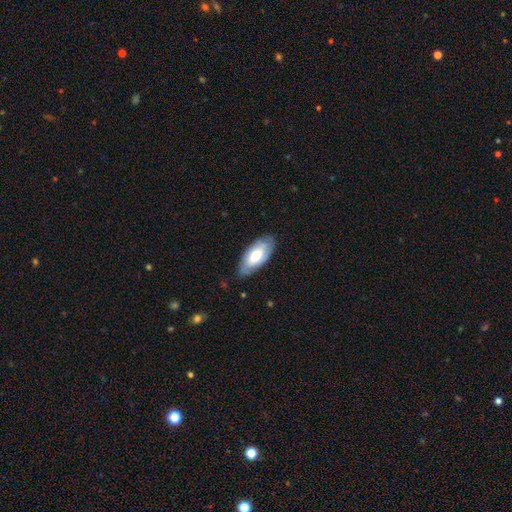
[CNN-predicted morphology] type=smooth (62%); roundness=in between (89%); merging=none (77%).